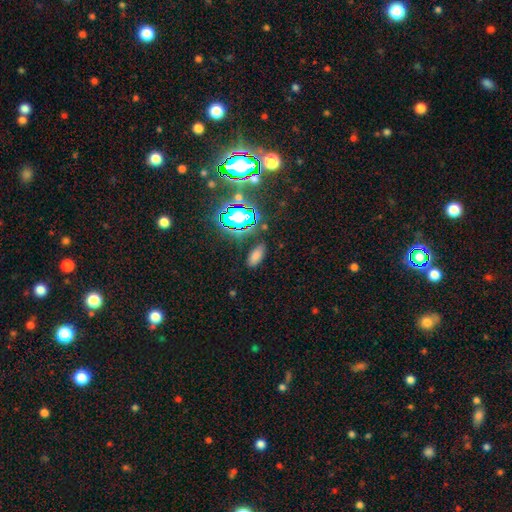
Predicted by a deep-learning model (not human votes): smooth_or_featured: smooth (p=0.68) [alt: star or artifact p=0.24]
how_rounded: in between (p=0.88) [alt: cigar-shaped p=0.08]
merging: none (p=0.84) [alt: minor disturbance p=0.10]